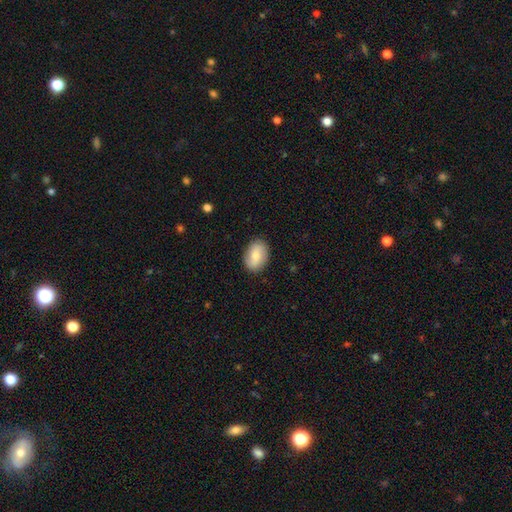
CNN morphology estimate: This is likely a smooth galaxy (73%). How rounded: clearly in between (82%). Merging: clearly none (87%).